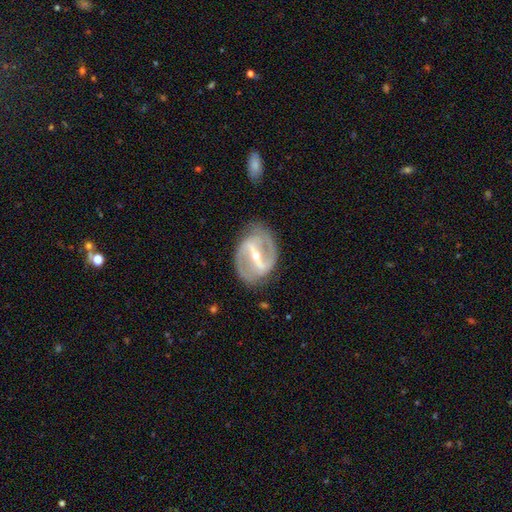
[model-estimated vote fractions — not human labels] Smooth or featured? Predicted: featured or disk (p=0.90). Edge-on disk? Predicted: no (p=0.96). Bar? Predicted: strong (p=0.79). Spiral arms? Predicted: yes (p=0.92). Spiral winding? Predicted: medium (p=0.51). Spiral arm count? Predicted: 2 (p=0.91). Bulge size? Predicted: small (p=0.62). Merging? Predicted: none (p=0.79).